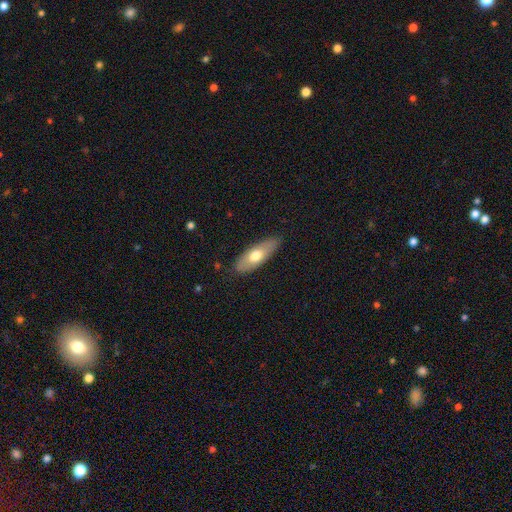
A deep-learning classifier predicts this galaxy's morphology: The model was most divided on "smooth or featured": smooth: 63%, featured or disk: 32%, star or artifact: 6%. More confident: merging — none (83%); how rounded — in between (65%).